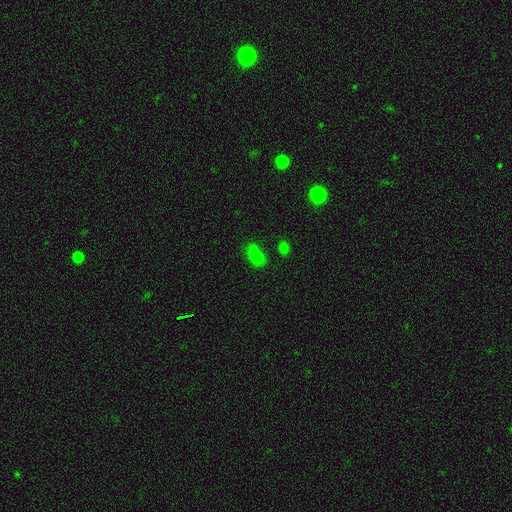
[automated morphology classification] This appears to be a smooth galaxy with no disk features (75%) that is in between round and cigar-shaped (71%). Merging: none (55%).